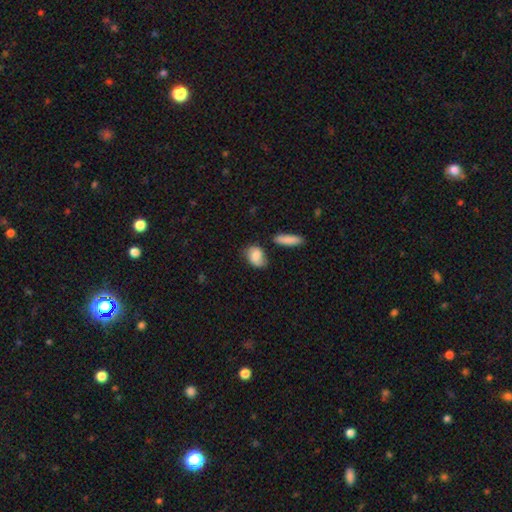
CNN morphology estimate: type=smooth (77%); roundness=in between (74%); merging=none (58%).